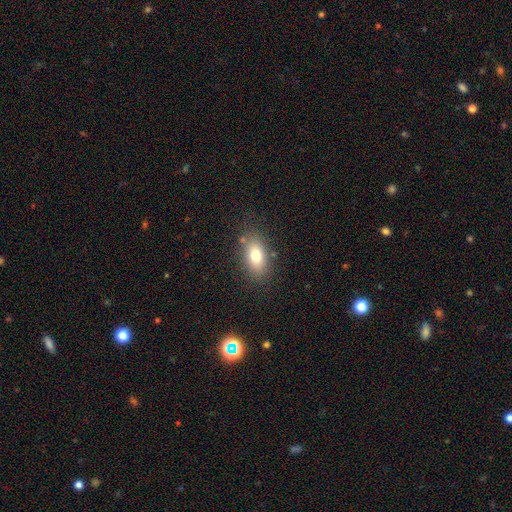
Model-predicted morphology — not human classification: Smooth or featured?
  - smooth: 76% *
  - featured or disk: 15%
  - star or artifact: 10%
How rounded?
  - in between: 87% *
  - round: 9%
  - cigar-shaped: 4%
Merging?
  - none: 79% *
  - minor disturbance: 13%
  - major disturbance: 4%
  - merger: 3%